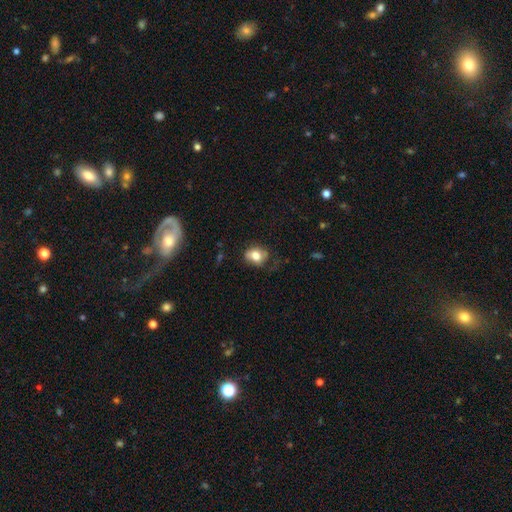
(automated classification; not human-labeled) smooth-or-featured: smooth: 73% | featured or disk: 18% | star or artifact: 9%
  how-rounded: in between: 53% | round: 46% | cigar-shaped: 1%
  merging: none: 55% | minor disturbance: 28% | major disturbance: 15% | merger: 2%